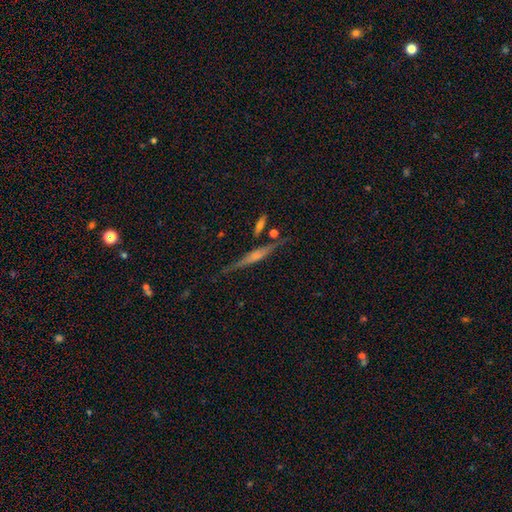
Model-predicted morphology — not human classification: Smooth or featured? Predicted: featured or disk (p=0.72). Edge-on disk? Predicted: yes (p=0.97). Edge-on bulge? Predicted: rounded (p=0.62). Merging? Predicted: none (p=0.81).